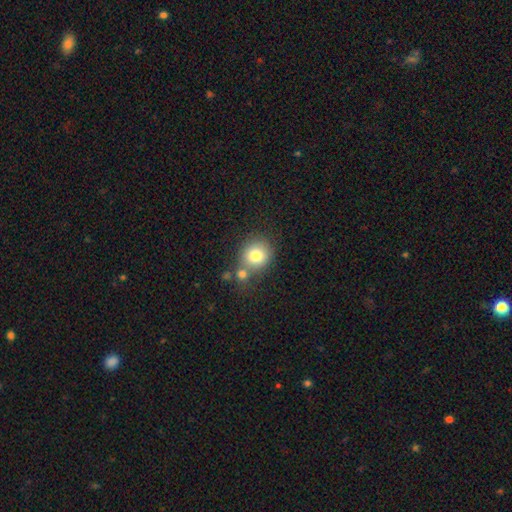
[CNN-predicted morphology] This appears to be a smooth galaxy with no disk features (78%) that is round (82%). Merging: none (57%).